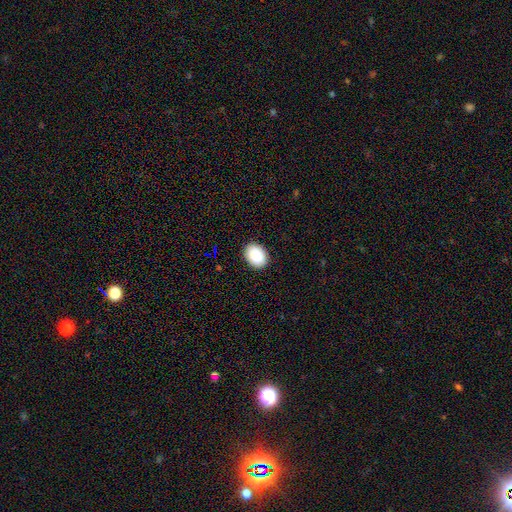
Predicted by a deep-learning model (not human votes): Morphology: type=smooth (89%); roundness=in between (70%); merging=none (90%).